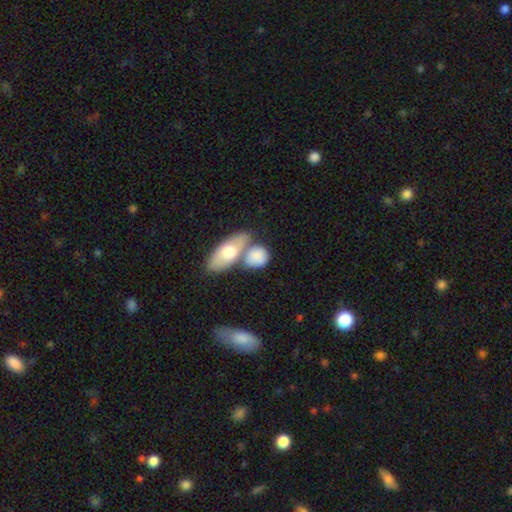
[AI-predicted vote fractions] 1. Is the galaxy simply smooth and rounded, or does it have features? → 72% smooth, 22% featured or disk, 6% star or artifact.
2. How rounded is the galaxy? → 59% in between, 32% round, 9% cigar-shaped.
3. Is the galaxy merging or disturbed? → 44% none, 38% merger, 13% minor disturbance, 5% major disturbance.